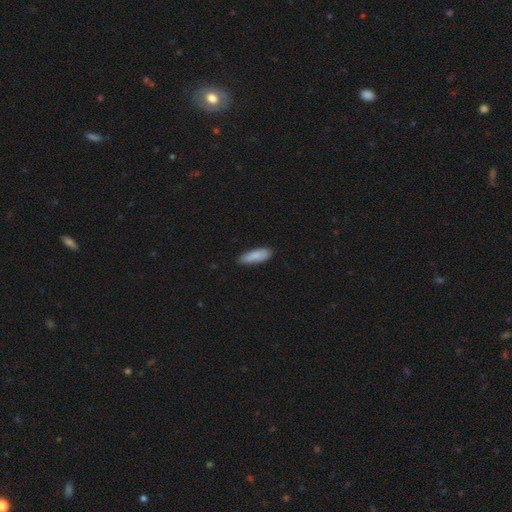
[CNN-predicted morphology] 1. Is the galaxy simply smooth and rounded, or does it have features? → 85% smooth, 10% featured or disk, 6% star or artifact.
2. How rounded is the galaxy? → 57% in between, 41% cigar-shaped, 2% round.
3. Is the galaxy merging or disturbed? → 81% none, 16% minor disturbance, 2% major disturbance, 1% merger.